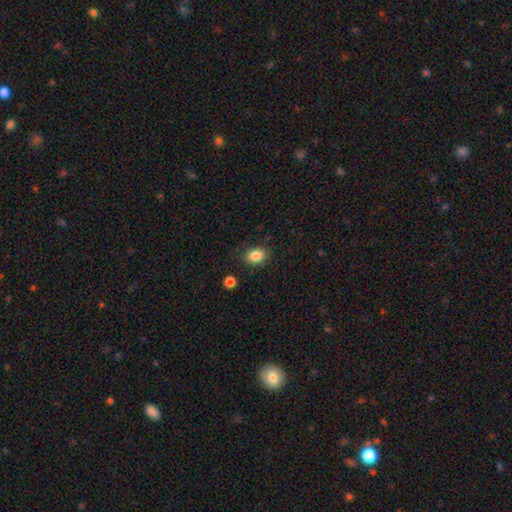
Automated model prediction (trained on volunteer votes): Smooth or featured: smooth — 86% (star or artifact — 9%)
How rounded: in between — 70% (round — 29%)
Merging: none — 83% (minor disturbance — 12%)